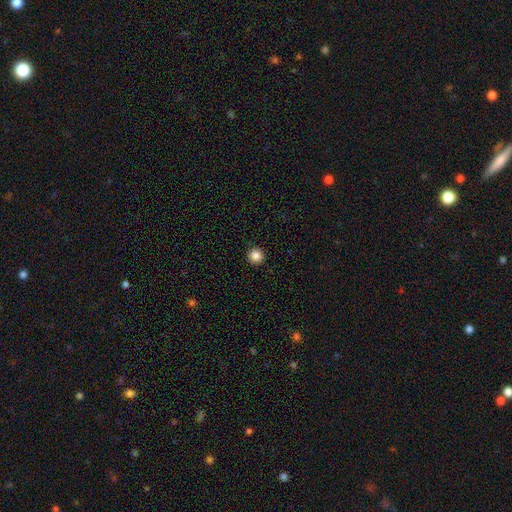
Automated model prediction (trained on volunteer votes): A smooth galaxy with no disk features (85%) that is round (96%).

Vote fractions:
- Smooth or featured? smooth: 85% / star or artifact: 11% / featured or disk: 4%
- How rounded? round: 96% / in between: 3% / cigar-shaped: 1%
- Merging? none: 94% / minor disturbance: 4% / major disturbance: 1% / merger: 1%